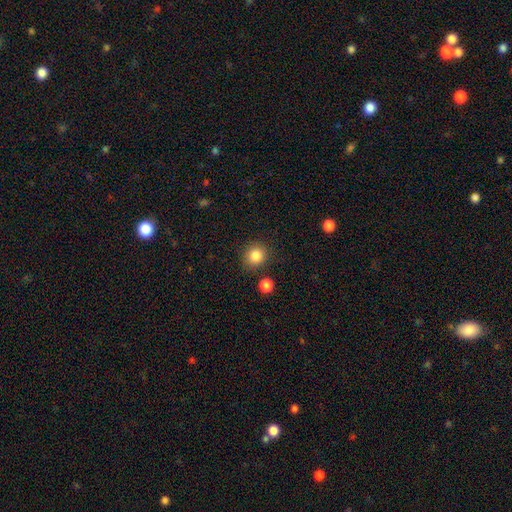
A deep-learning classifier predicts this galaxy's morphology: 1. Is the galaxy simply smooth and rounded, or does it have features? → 86% smooth, 10% star or artifact, 4% featured or disk.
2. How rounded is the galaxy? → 85% round, 14% in between, 1% cigar-shaped.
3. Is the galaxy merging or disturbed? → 85% none, 8% minor disturbance, 4% merger, 3% major disturbance.